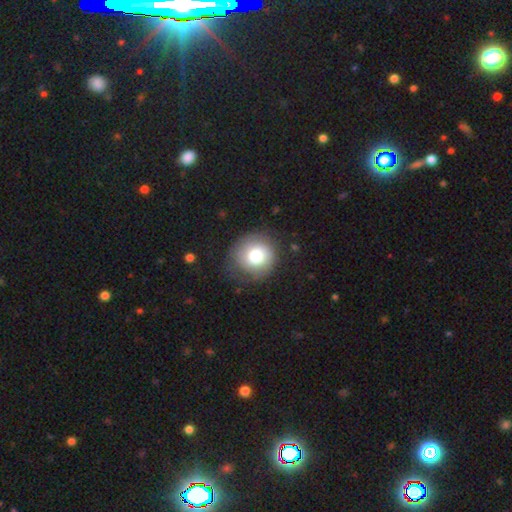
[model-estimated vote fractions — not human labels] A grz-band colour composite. It shows a smooth galaxy with no disk features (69%) that is round (91%). Merging: none (71%).